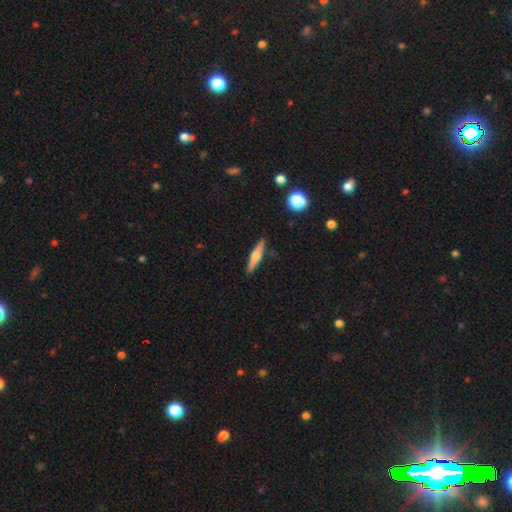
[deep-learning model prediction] A featured or disk galaxy (48%).

Vote fractions:
- Smooth or featured? featured or disk: 48% / smooth: 46% / star or artifact: 6%
- Merging? none: 89% / minor disturbance: 8% / major disturbance: 2% / merger: 2%